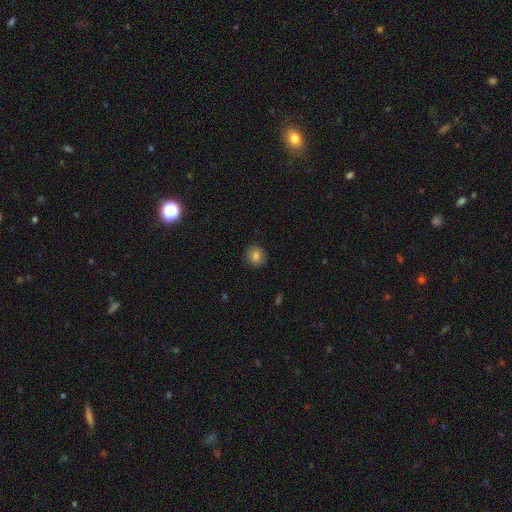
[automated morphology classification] The model was most divided on "smooth or featured": smooth: 80%, star or artifact: 11%, featured or disk: 9%. More confident: merging — none (88%); how rounded — round (87%).